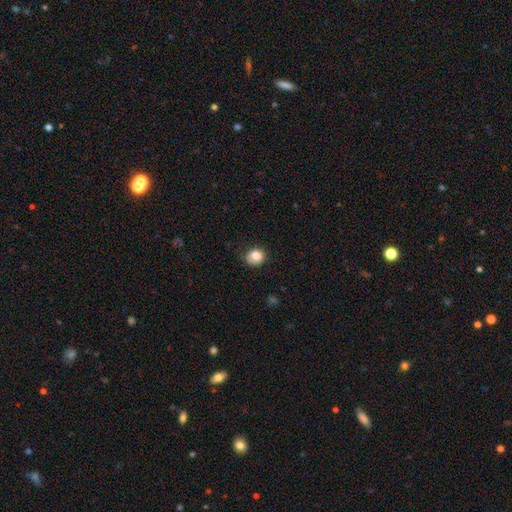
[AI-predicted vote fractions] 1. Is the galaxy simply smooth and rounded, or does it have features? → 79% smooth, 11% featured or disk, 10% star or artifact.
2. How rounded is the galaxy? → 72% round, 27% in between, 1% cigar-shaped.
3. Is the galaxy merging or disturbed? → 70% none, 23% minor disturbance, 6% major disturbance, 1% merger.